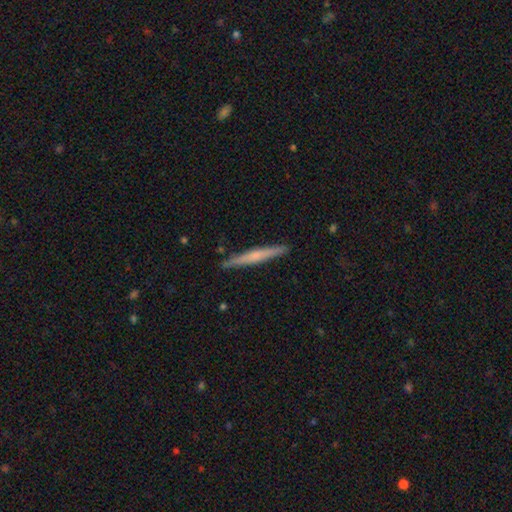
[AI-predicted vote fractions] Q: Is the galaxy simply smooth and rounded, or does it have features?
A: featured or disk — 51%.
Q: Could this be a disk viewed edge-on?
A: yes — 97%.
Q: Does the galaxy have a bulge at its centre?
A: none — 47%.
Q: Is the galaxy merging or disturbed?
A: none — 91%.